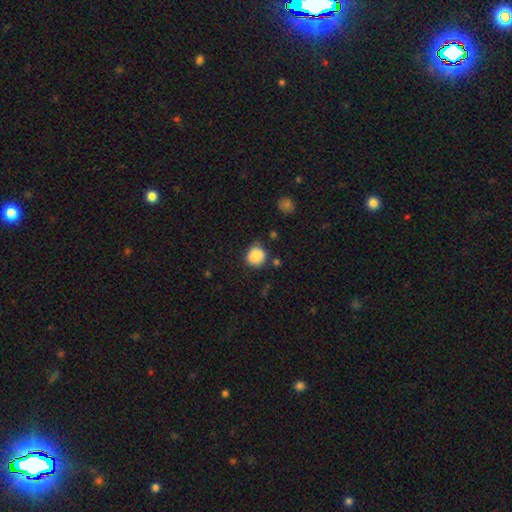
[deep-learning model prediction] A smooth galaxy with no disk features (84%) that is round (80%). Merging: none (69%).